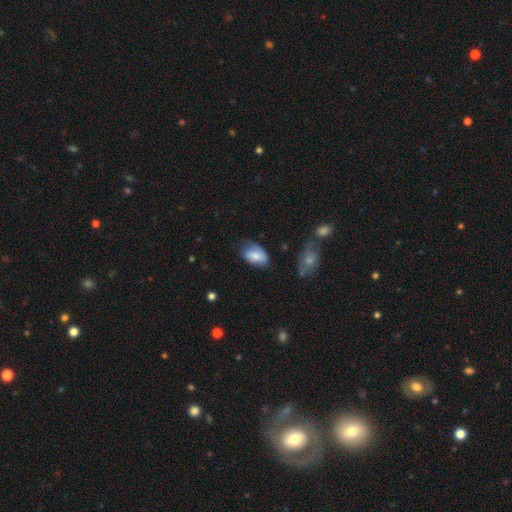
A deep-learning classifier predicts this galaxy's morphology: Smooth or featured? Predicted: smooth (p=0.76). How rounded? Predicted: in between (p=0.92). Merging? Predicted: none (p=0.59).